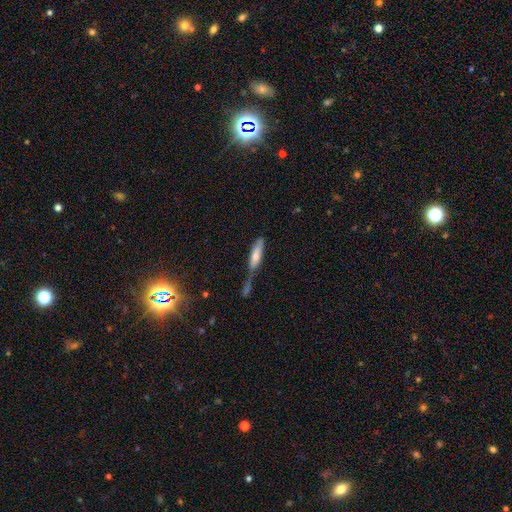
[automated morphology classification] smooth-or-featured: smooth: 68% | featured or disk: 25% | star or artifact: 7%
  how-rounded: cigar-shaped: 72% | in between: 26% | round: 2%
  merging: merger: 32% | none: 31% | minor disturbance: 22% | major disturbance: 15%